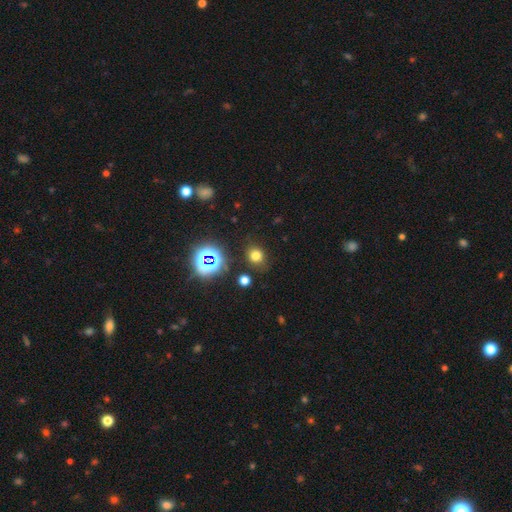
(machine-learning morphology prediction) Smooth or featured? smooth (70%)
How rounded? round (72%)
Merging? none (83%)